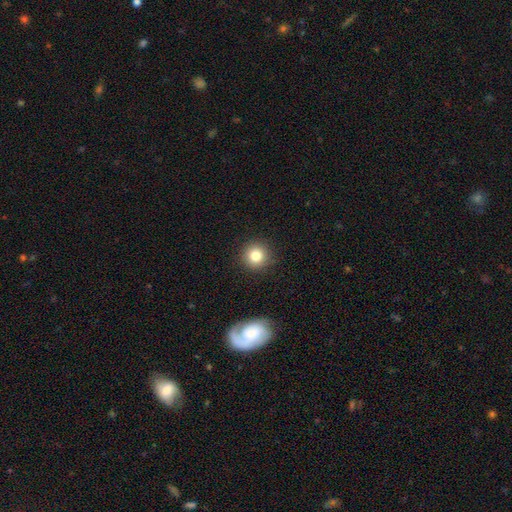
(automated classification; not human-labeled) This is clearly a smooth galaxy (82%). How rounded: clearly round (94%). Merging: clearly none (91%).